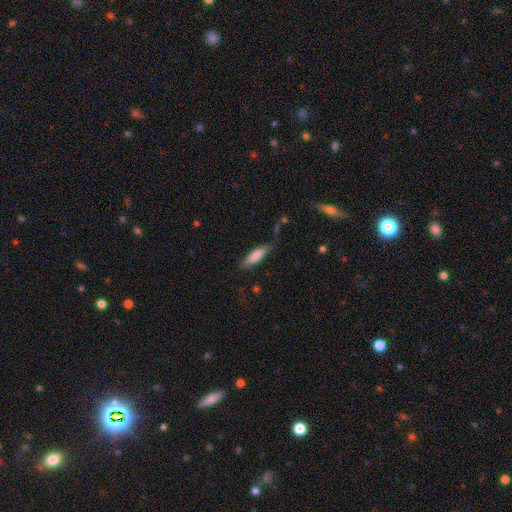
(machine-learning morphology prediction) This appears to be a smooth galaxy with no disk features (81%) that is cigar-shaped (58%). Merging: none (74%).